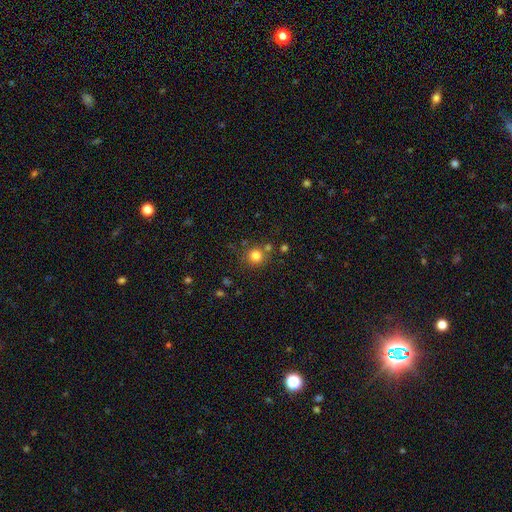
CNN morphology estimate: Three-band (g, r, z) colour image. It shows a smooth galaxy with no disk features (81%) that is round (92%). Merging: none (76%).